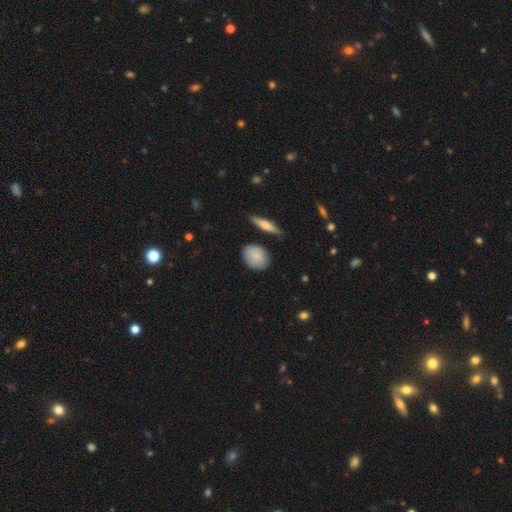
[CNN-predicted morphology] A smooth galaxy with no disk features (83%) that is in between round and cigar-shaped (58%). Merging: none (80%).